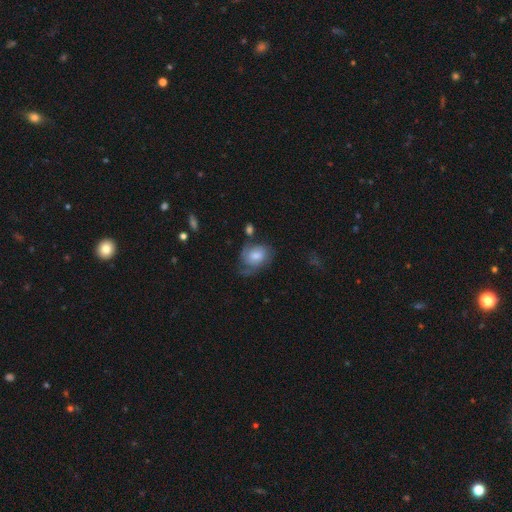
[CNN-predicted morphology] This appears to be a smooth galaxy with no disk features (52%) that is in between round and cigar-shaped (59%). Merging: none (41%).